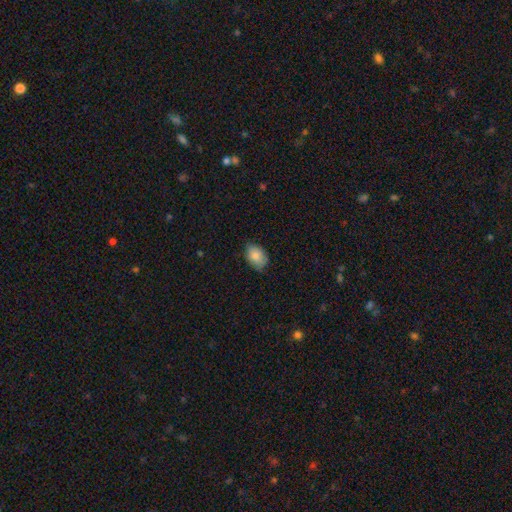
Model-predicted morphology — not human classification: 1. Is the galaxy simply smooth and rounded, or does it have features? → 85% smooth, 7% featured or disk, 7% star or artifact.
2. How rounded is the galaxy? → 82% in between, 16% round, 1% cigar-shaped.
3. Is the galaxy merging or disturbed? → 75% none, 21% minor disturbance, 3% major disturbance, 1% merger.